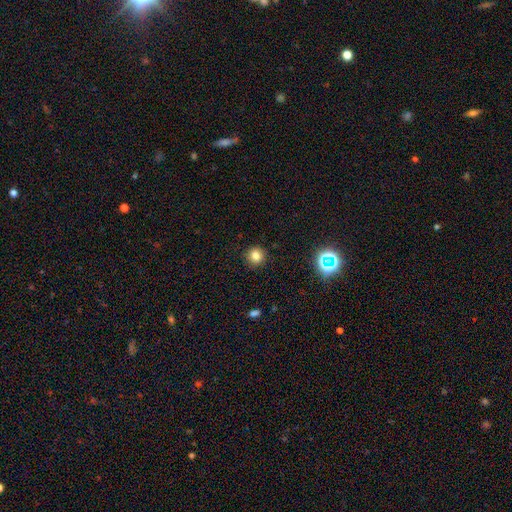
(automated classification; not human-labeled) Q: Smooth or featured?
A: smooth (79%); runner-up: star or artifact (14%)
Q: How rounded?
A: round (92%); runner-up: in between (7%)
Q: Merging?
A: none (91%); runner-up: minor disturbance (6%)